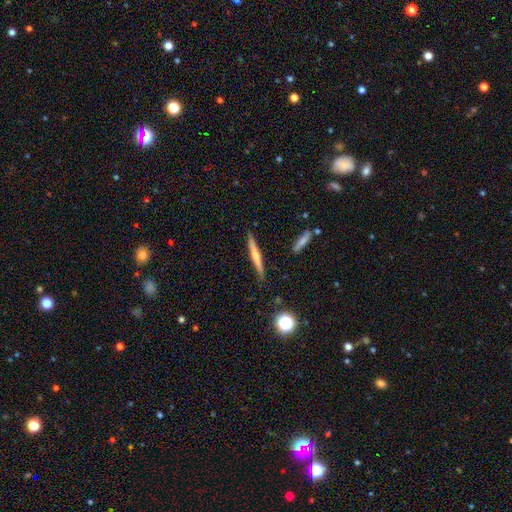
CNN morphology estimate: The model was most divided on "smooth or featured": featured or disk: 53%, smooth: 41%, star or artifact: 7%. More confident: edge-on disk — yes (97%); merging — none (87%); edge-on bulge — rounded (63%).